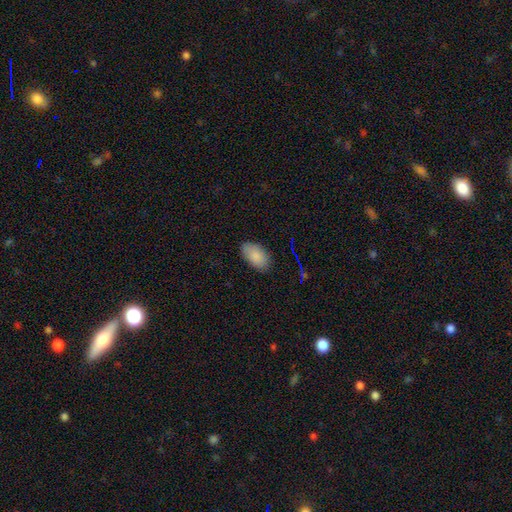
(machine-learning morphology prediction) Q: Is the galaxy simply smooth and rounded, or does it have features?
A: smooth — 86%.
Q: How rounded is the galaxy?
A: in between — 95%.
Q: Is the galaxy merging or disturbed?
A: none — 84%.